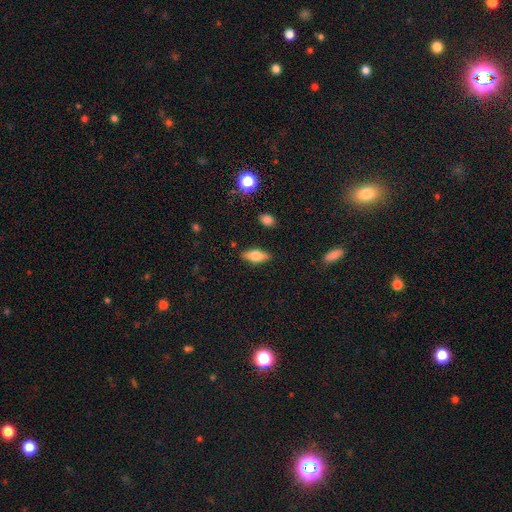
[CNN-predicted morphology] smooth-or-featured: smooth: 64% | featured or disk: 28% | star or artifact: 8%
  how-rounded: in between: 74% | cigar-shaped: 23% | round: 3%
  merging: none: 87% | minor disturbance: 9% | major disturbance: 2% | merger: 2%